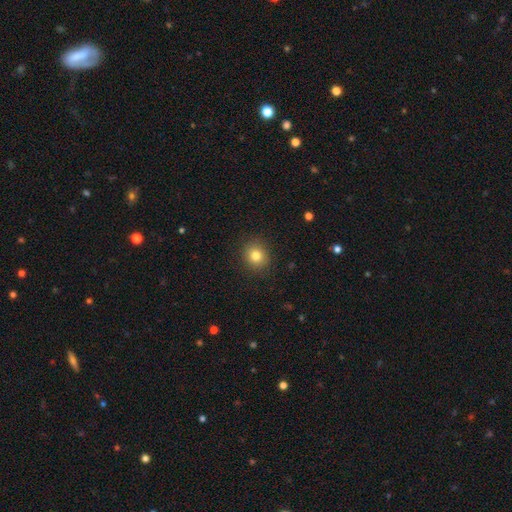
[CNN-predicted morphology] This appears to be a smooth galaxy with no disk features (80%) that is round (81%). Merging: none (89%).